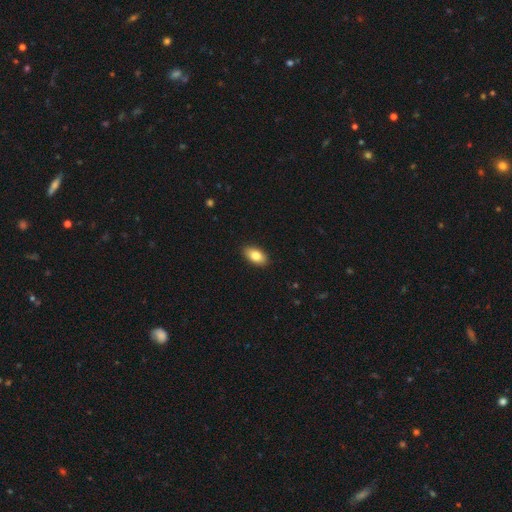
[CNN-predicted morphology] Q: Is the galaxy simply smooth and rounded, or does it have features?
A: smooth — 83%.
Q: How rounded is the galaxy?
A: in between — 92%.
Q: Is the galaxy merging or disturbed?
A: none — 90%.